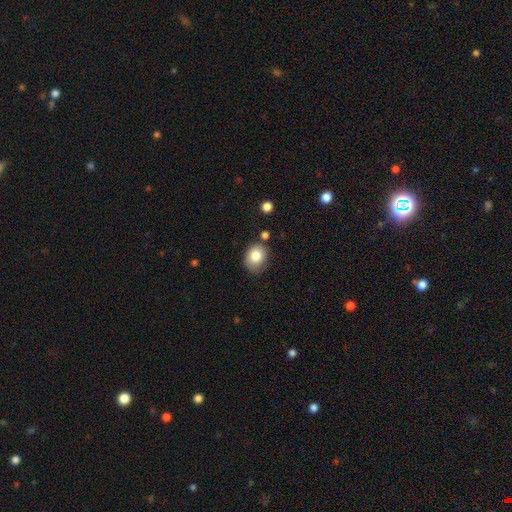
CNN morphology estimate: A smooth galaxy with no disk features (81%) that is round (54%).

Vote fractions:
- Smooth or featured? smooth: 81% / featured or disk: 10% / star or artifact: 9%
- How rounded? round: 54% / in between: 45% / cigar-shaped: 1%
- Merging? none: 68% / minor disturbance: 21% / merger: 6% / major disturbance: 5%